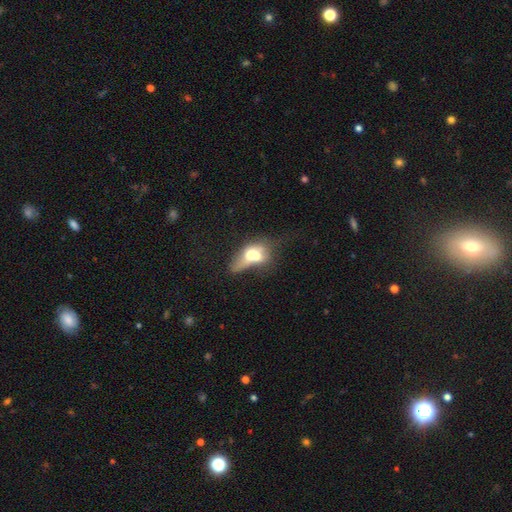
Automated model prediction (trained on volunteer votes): Smooth or featured? smooth (54%)
How rounded? in between (68%)
Merging? merger (61%)